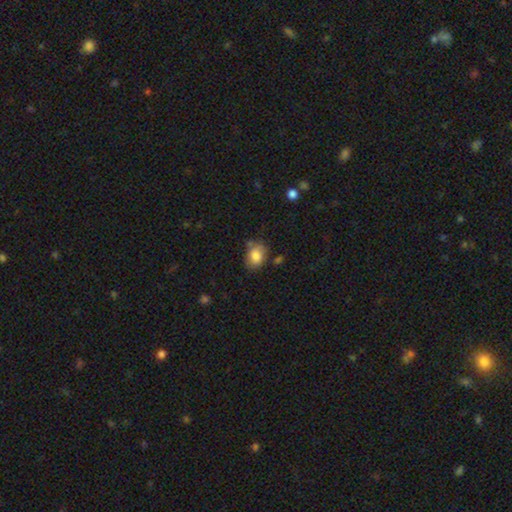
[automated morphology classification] Smooth or featured? smooth (82%)
How rounded? in between (71%)
Merging? none (60%)